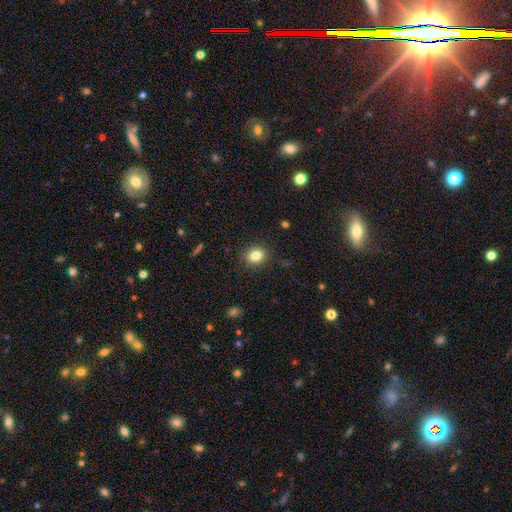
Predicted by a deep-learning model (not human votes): Smooth or featured? smooth (83%)
How rounded? round (66%)
Merging? none (88%)